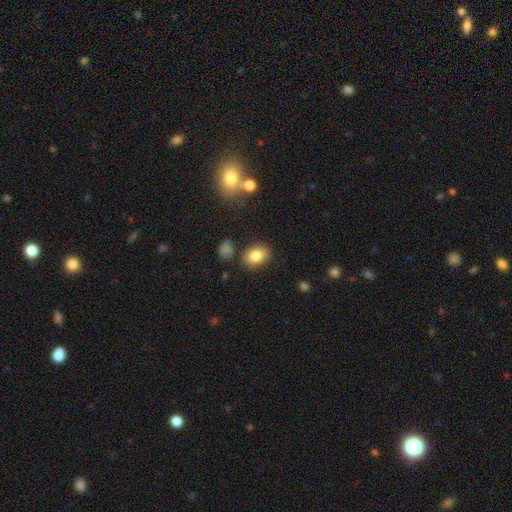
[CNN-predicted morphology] Smooth or featured: smooth — 82% (star or artifact — 9%)
How rounded: in between — 71% (round — 28%)
Merging: none — 82% (minor disturbance — 11%)